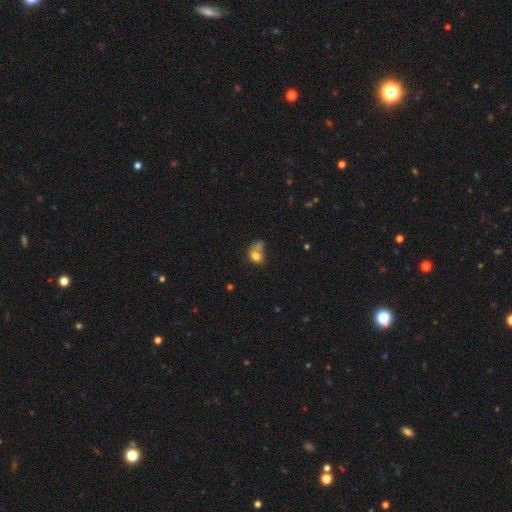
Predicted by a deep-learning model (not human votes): smooth_or_featured: smooth (p=0.73) [alt: featured or disk p=0.17]
how_rounded: in between (p=0.59) [alt: round p=0.39]
merging: merger (p=0.40) [alt: none p=0.25]